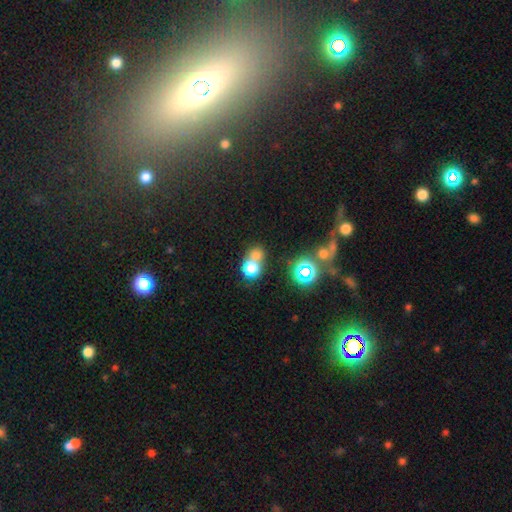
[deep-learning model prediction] smooth_or_featured: smooth (p=0.65) [alt: star or artifact p=0.24]
how_rounded: round (p=0.76) [alt: in between p=0.23]
merging: merger (p=0.47) [alt: none p=0.41]